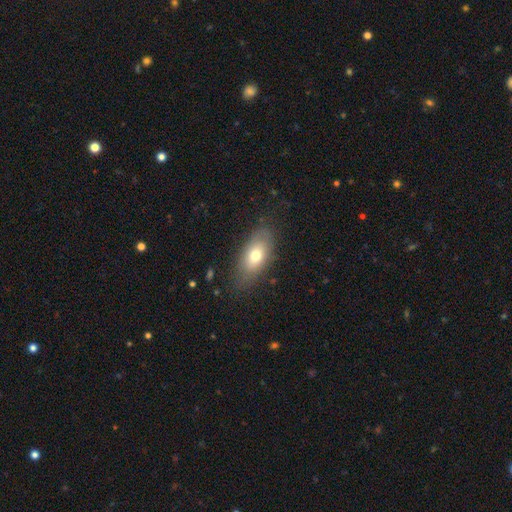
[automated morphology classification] Smooth or featured: smooth — 71% (featured or disk — 21%)
How rounded: in between — 85% (cigar-shaped — 8%)
Merging: none — 76% (minor disturbance — 17%)